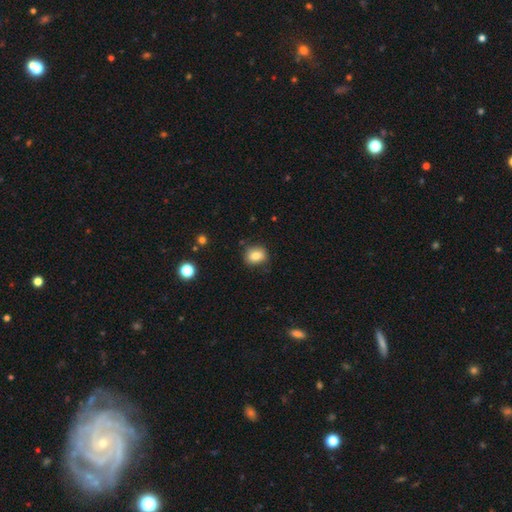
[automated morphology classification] type=smooth (81%); roundness=round (60%); merging=none (79%).